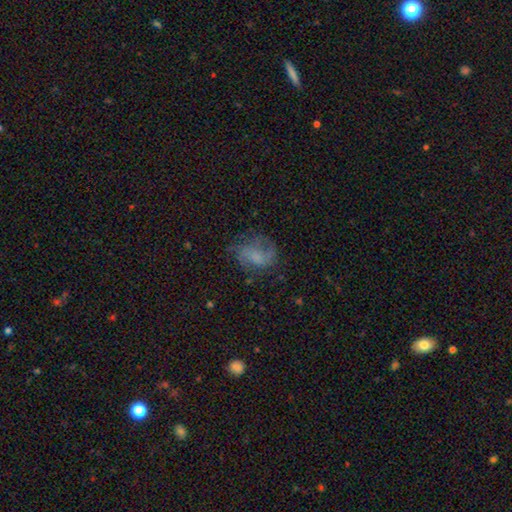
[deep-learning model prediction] This appears to be a featured or disk galaxy (49%). Merging: none (52%).